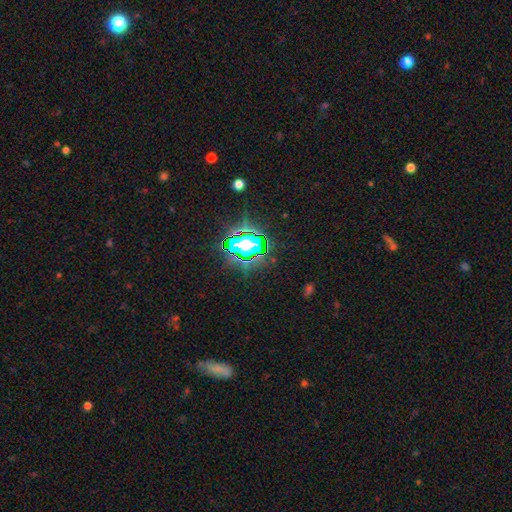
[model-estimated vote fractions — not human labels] A star or artifact, not a galaxy (79%).

Vote fractions:
- Smooth or featured? star or artifact: 79% / smooth: 13% / featured or disk: 8%